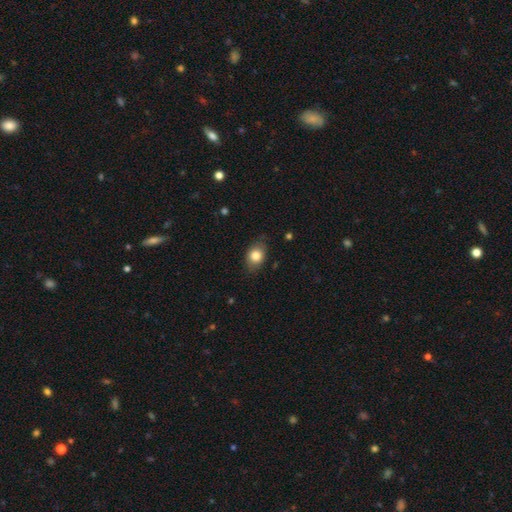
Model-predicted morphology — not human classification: A smooth galaxy with no disk features (82%) that is in between round and cigar-shaped (69%). Merging: none (80%).